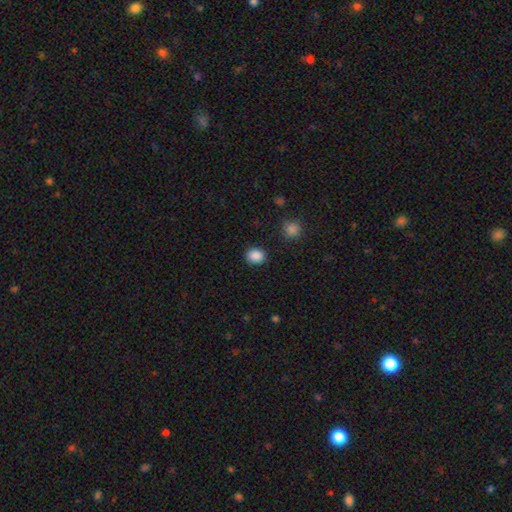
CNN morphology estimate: Smooth or featured: smooth — 88% (star or artifact — 9%)
How rounded: round — 70% (in between — 29%)
Merging: none — 89% (minor disturbance — 7%)